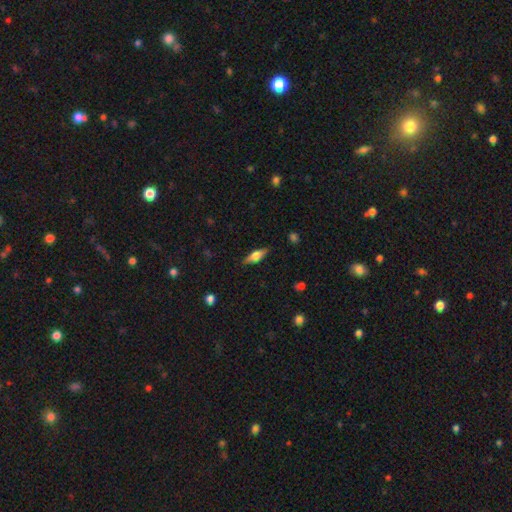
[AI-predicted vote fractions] Overall: smooth (56%; featured or disk 38%). How rounded: in between (59%; cigar-shaped 38%). Merging: none (86%).